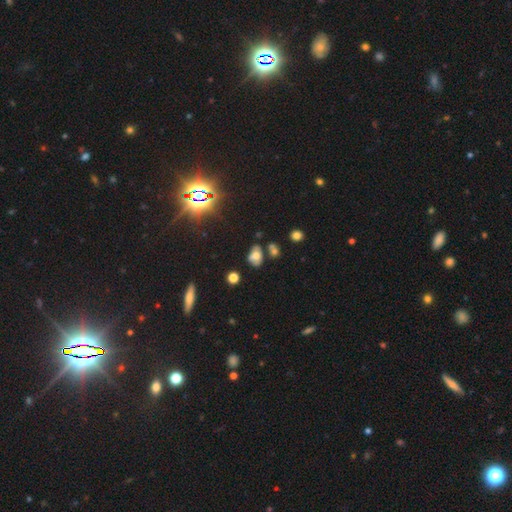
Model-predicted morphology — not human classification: Smooth or featured? Predicted: smooth (p=0.54). How rounded? Predicted: in between (p=0.79). Merging? Predicted: none (p=0.53).